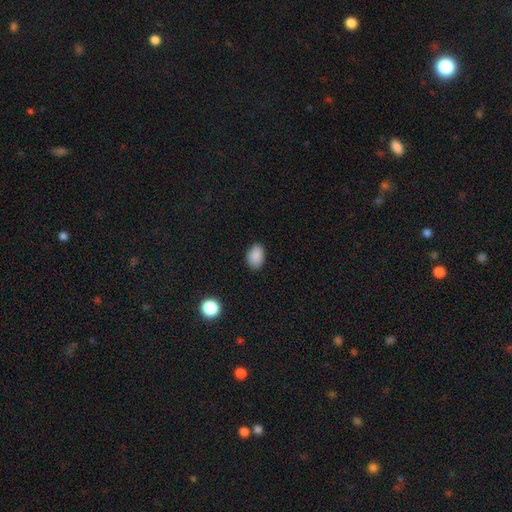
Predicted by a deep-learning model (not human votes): smooth-or-featured: smooth: 87% | star or artifact: 9% | featured or disk: 4%
  how-rounded: in between: 83% | round: 16% | cigar-shaped: 1%
  merging: none: 83% | minor disturbance: 14% | major disturbance: 3% | merger: 1%